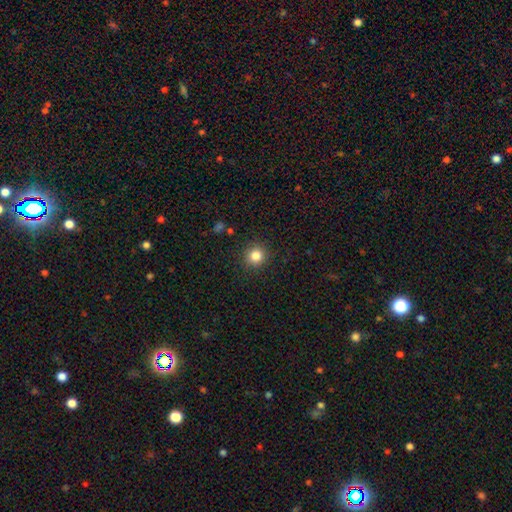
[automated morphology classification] Overall: smooth (83%). How rounded: round (91%). Merging: none (90%).